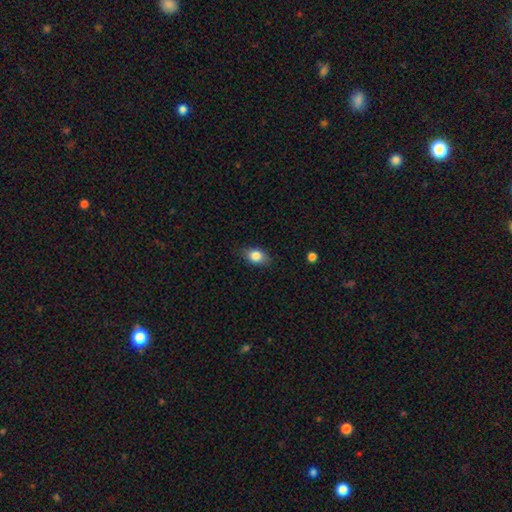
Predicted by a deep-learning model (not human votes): smooth 83%, star or artifact 9%, featured or disk 8%. Down the decision tree: how rounded — in between (76%); merging — none (82%).